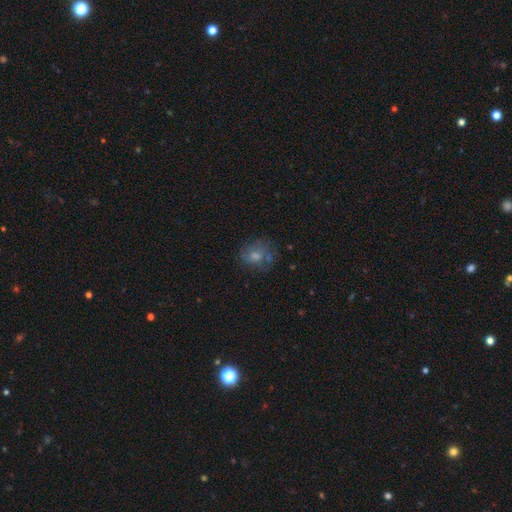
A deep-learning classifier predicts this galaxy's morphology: smooth_or_featured: smooth (p=0.49) [alt: featured or disk p=0.29]
merging: none (p=0.69) [alt: minor disturbance p=0.19]